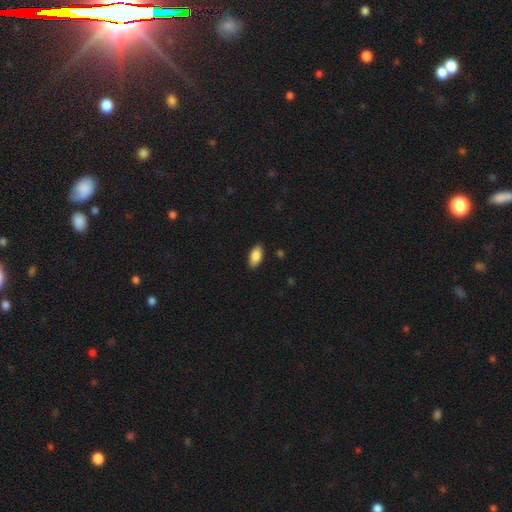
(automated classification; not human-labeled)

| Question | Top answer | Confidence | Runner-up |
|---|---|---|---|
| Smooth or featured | smooth | 87% | featured or disk (7%) |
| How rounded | in between | 91% | cigar-shaped (7%) |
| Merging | none | 88% | minor disturbance (9%) |